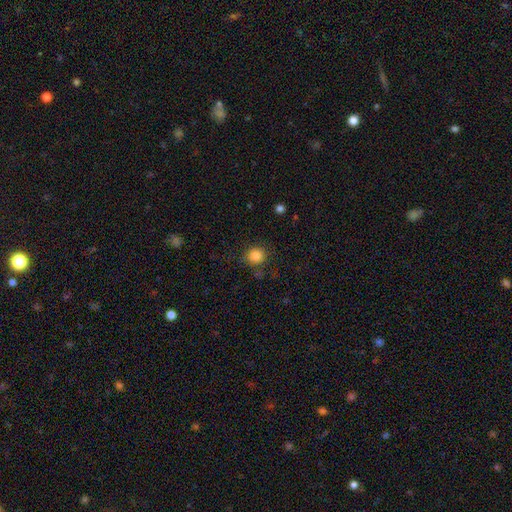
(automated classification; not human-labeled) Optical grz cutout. It shows a smooth galaxy with no disk features (85%) that is round (88%). Merging: none (83%).